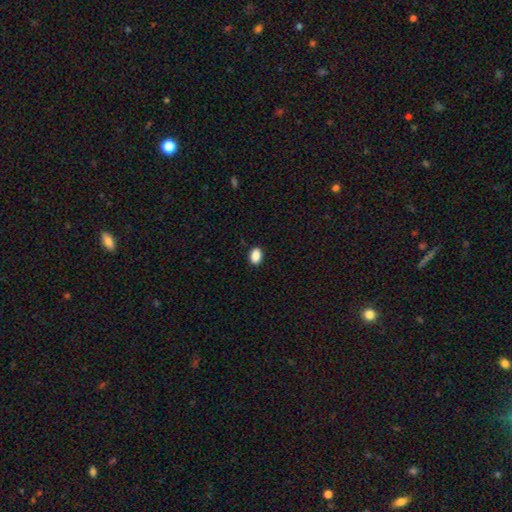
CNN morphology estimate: smooth 89%, star or artifact 8%, featured or disk 3%. Down the decision tree: how rounded — in between (84%); merging — none (89%).